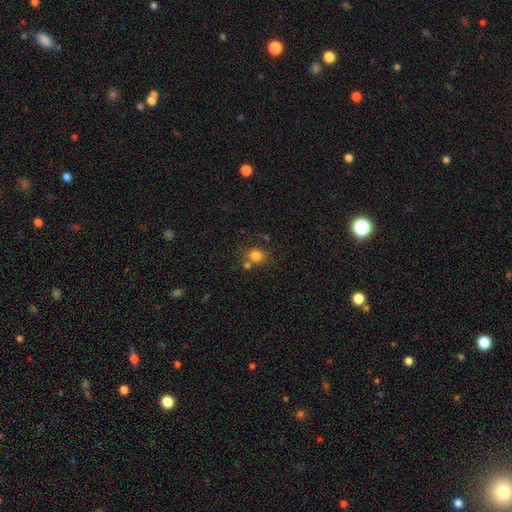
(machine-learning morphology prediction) Overall: smooth (81%). How rounded: round (68%; in between 31%). Merging: none (65%).